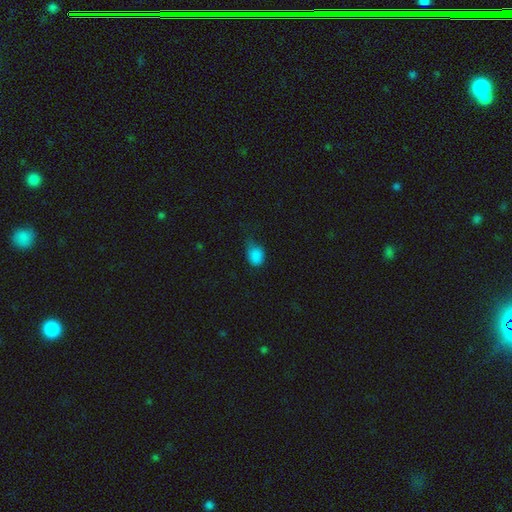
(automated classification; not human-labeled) smooth-or-featured: smooth: 85% | star or artifact: 10% | featured or disk: 5%
  how-rounded: in between: 64% | round: 34% | cigar-shaped: 1%
  merging: minor disturbance: 43% | none: 36% | major disturbance: 19% | merger: 2%